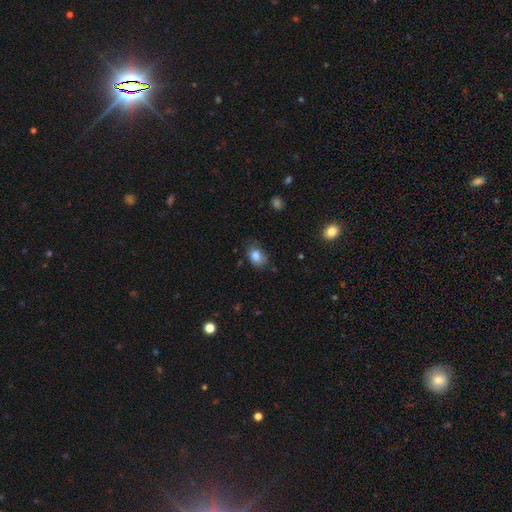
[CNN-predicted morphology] Smooth or featured?
  - smooth: 82% *
  - featured or disk: 9%
  - star or artifact: 9%
How rounded?
  - in between: 76% *
  - round: 23%
  - cigar-shaped: 1%
Merging?
  - none: 70% *
  - minor disturbance: 24%
  - major disturbance: 5%
  - merger: 2%